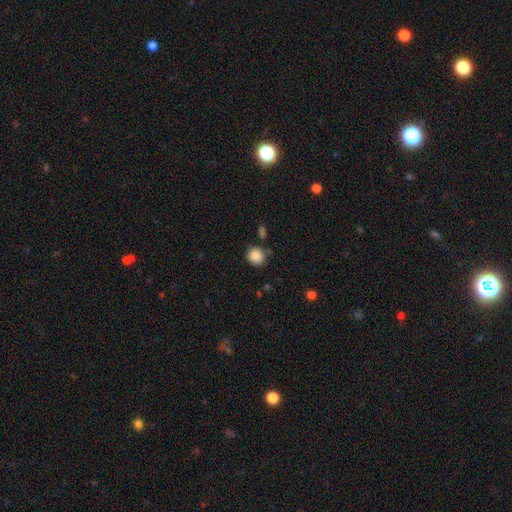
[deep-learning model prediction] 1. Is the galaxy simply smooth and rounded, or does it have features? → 88% smooth, 9% star or artifact, 4% featured or disk.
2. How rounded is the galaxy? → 86% round, 13% in between, 1% cigar-shaped.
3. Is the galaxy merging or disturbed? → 80% none, 11% minor disturbance, 6% merger, 3% major disturbance.